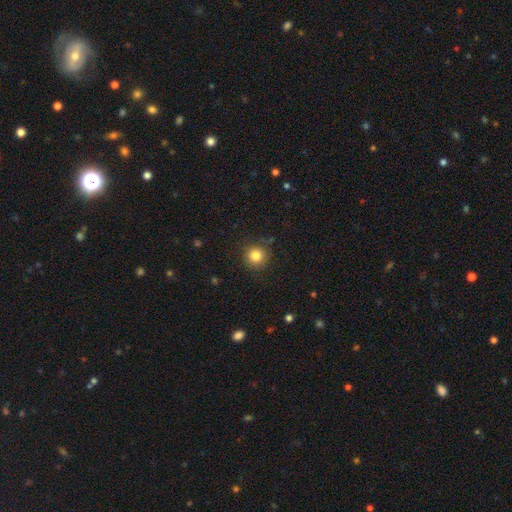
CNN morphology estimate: type=smooth (83%); roundness=round (93%); merging=none (87%).